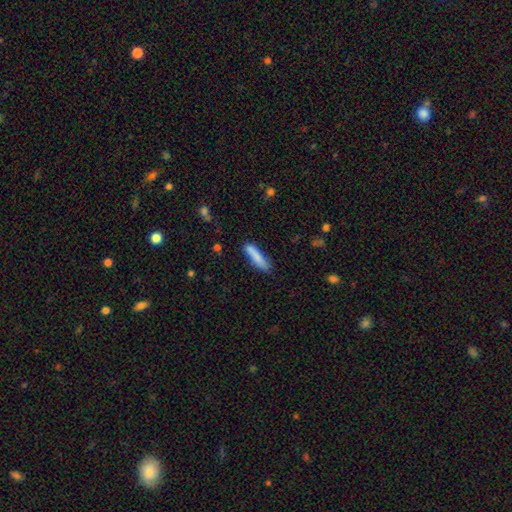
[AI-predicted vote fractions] smooth 83%, featured or disk 11%, star or artifact 6%. Down the decision tree: how rounded — cigar-shaped (83%); merging — none (79%).